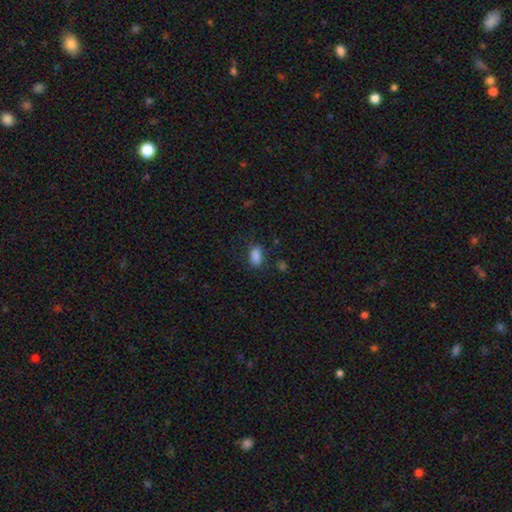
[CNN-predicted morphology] This appears to be a smooth galaxy with no disk features (86%) that is in between round and cigar-shaped (90%). Merging: none (78%).